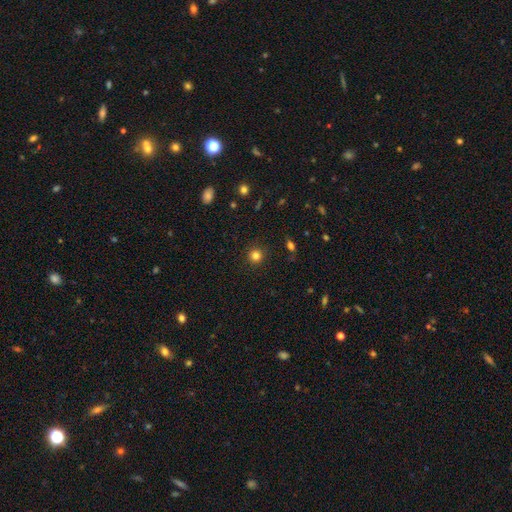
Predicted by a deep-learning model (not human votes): A smooth galaxy with no disk features (82%) that is round (94%).

Vote fractions:
- Smooth or featured? smooth: 82% / star or artifact: 13% / featured or disk: 5%
- How rounded? round: 94% / in between: 5% / cigar-shaped: 1%
- Merging? none: 91% / minor disturbance: 6% / major disturbance: 2% / merger: 1%